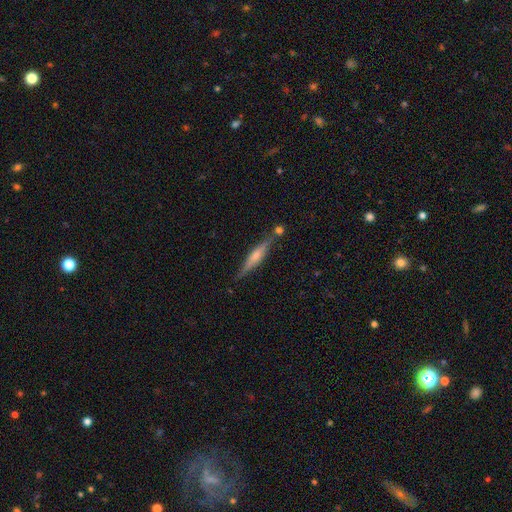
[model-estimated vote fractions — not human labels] smooth_or_featured: featured or disk (p=0.65) [alt: smooth p=0.28]
disk_edge_on: yes (p=0.96) [alt: no p=0.04]
edge_on_bulge: rounded (p=0.70) [alt: boxy p=0.16]
merging: none (p=0.80) [alt: minor disturbance p=0.11]